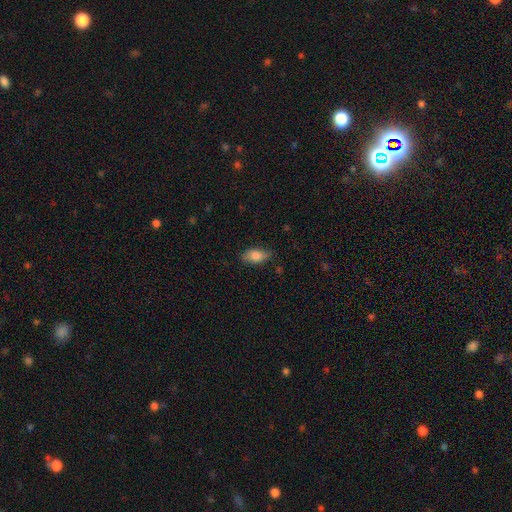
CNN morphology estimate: smooth_or_featured: smooth (p=0.81) [alt: featured or disk p=0.12]
how_rounded: in between (p=0.88) [alt: cigar-shaped p=0.07]
merging: none (p=0.77) [alt: minor disturbance p=0.18]